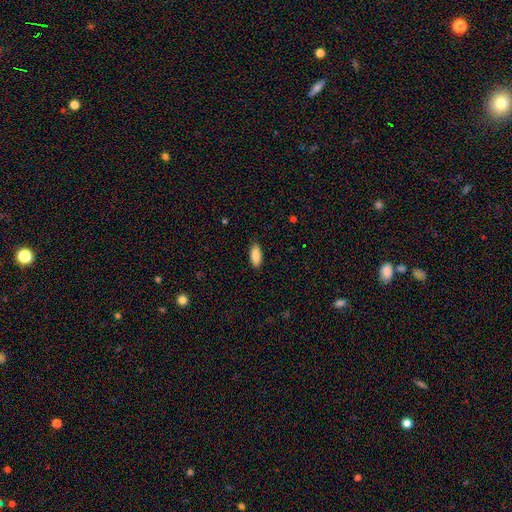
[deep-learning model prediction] Smooth or featured? Predicted: smooth (p=0.89). How rounded? Predicted: in between (p=0.83). Merging? Predicted: none (p=0.87).